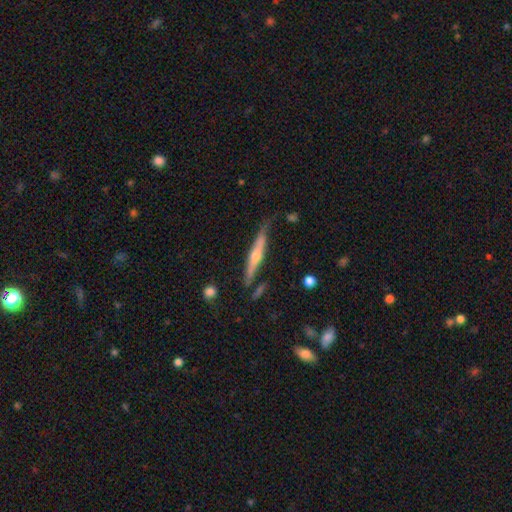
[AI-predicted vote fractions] smooth_or_featured: featured or disk (p=0.65) [alt: smooth p=0.29]
disk_edge_on: yes (p=0.95) [alt: no p=0.05]
edge_on_bulge: rounded (p=0.81) [alt: none p=0.12]
merging: none (p=0.74) [alt: minor disturbance p=0.19]